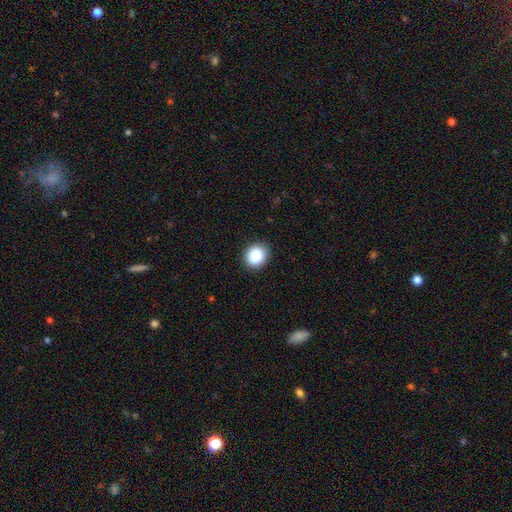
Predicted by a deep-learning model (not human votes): Smooth or featured: smooth — 88% (star or artifact — 8%)
How rounded: round — 79% (in between — 20%)
Merging: none — 88% (minor disturbance — 9%)